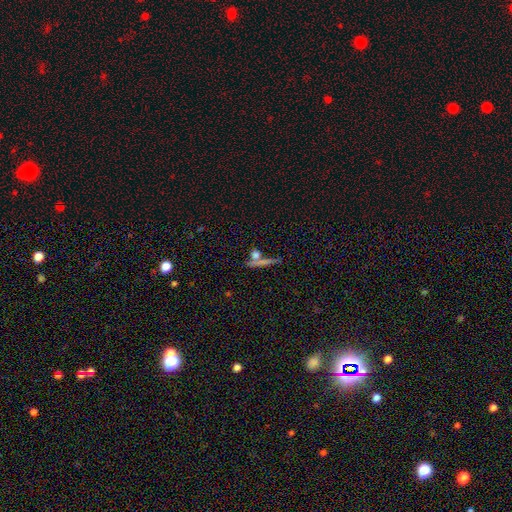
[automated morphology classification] The model was most divided on "smooth or featured": featured or disk: 36%, smooth: 35%, star or artifact: 29%. More confident: merging — none (58%).